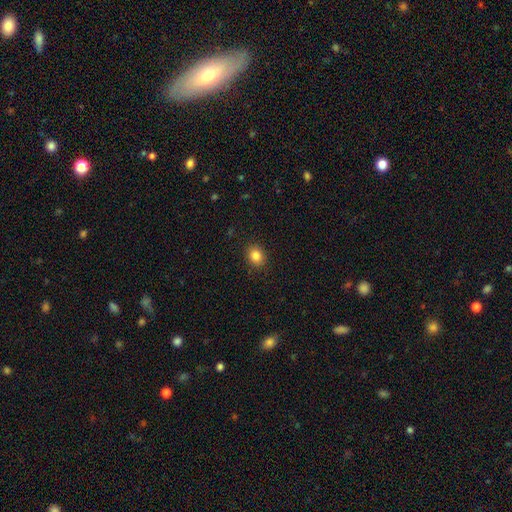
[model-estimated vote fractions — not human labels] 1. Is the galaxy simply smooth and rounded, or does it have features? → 85% smooth, 10% star or artifact, 5% featured or disk.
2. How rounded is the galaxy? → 67% round, 32% in between, 1% cigar-shaped.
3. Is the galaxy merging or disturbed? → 90% none, 7% minor disturbance, 2% major disturbance, 1% merger.